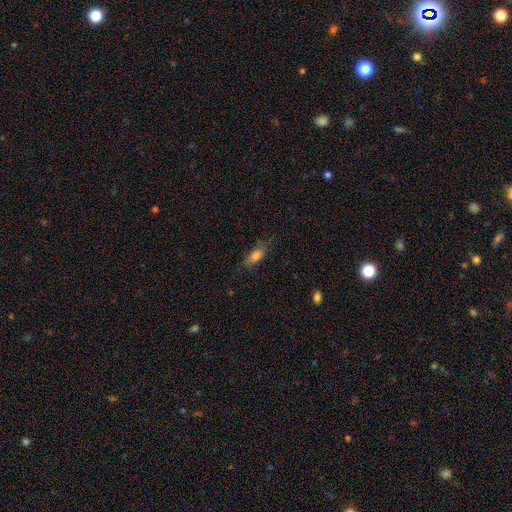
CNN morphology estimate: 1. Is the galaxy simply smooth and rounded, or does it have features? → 80% smooth, 12% featured or disk, 8% star or artifact.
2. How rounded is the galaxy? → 74% in between, 23% cigar-shaped, 3% round.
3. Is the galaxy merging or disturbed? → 71% none, 21% minor disturbance, 7% major disturbance, 1% merger.